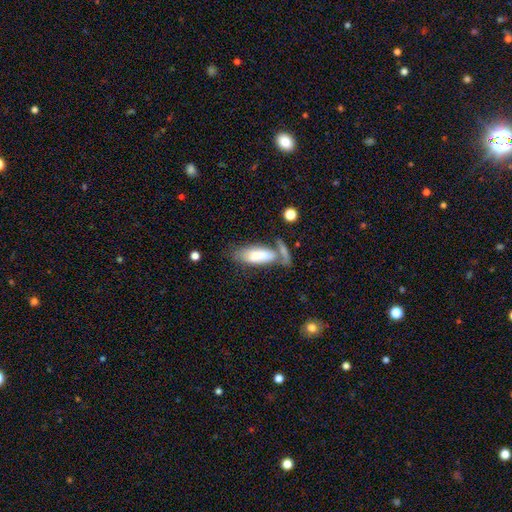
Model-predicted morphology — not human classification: Overall: smooth (69%). How rounded: in between (71%). Merging: none (35%; merger 31%).